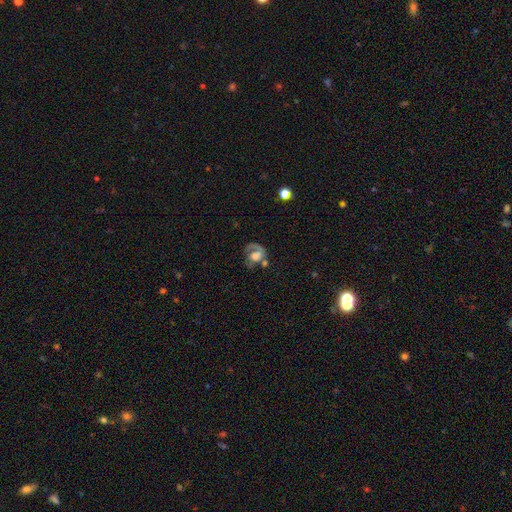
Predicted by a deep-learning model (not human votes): Morphology: type=featured or disk (63%); edge-on=no (98%); bar=no (67%); spiral arms=yes (78%); bulge=moderate (37%); merging=none (36%).